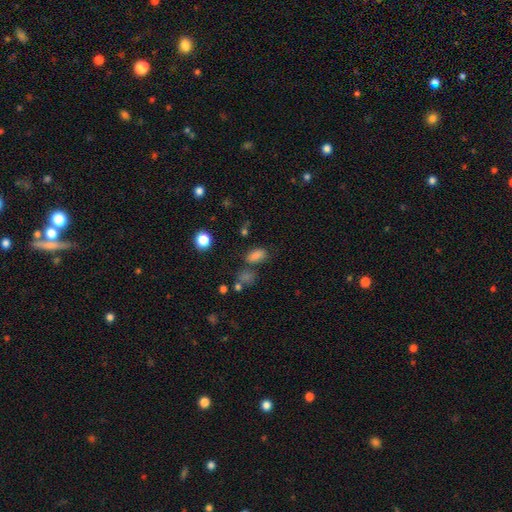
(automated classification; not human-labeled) Smooth or featured? smooth (78%)
How rounded? in between (84%)
Merging? none (65%)